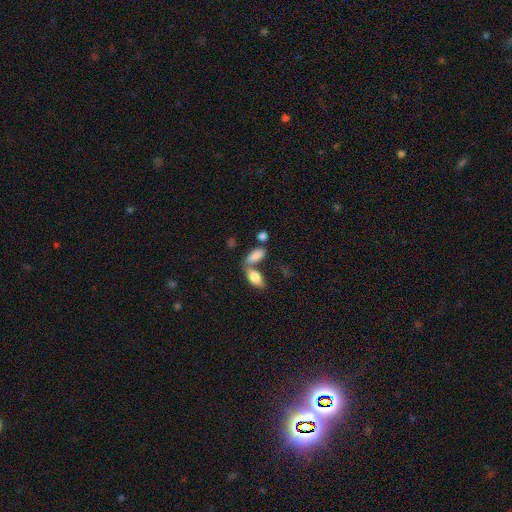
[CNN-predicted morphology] smooth 83%, featured or disk 9%, star or artifact 7%. Down the decision tree: how rounded — in between (83%); merging — none (41%, tied with merger).